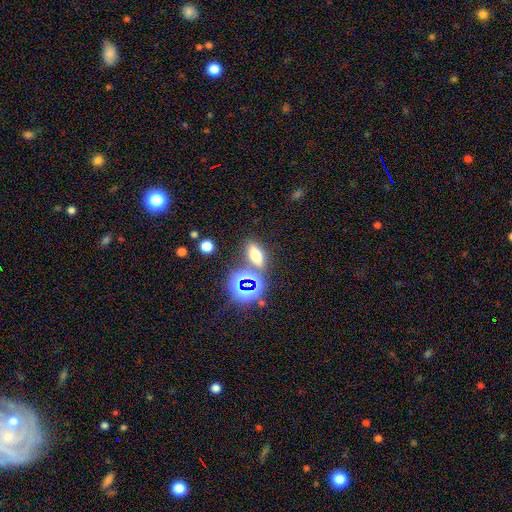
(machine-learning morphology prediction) This is possibly a smooth galaxy (57%). How rounded: likely in between (61%). Merging: likely none (75%).